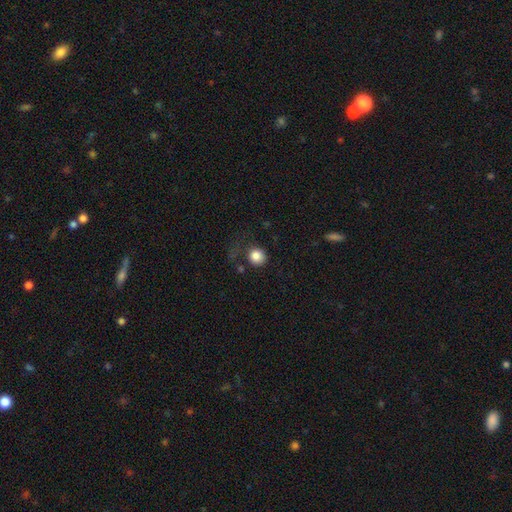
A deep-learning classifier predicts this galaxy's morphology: Smooth or featured? Predicted: smooth (p=0.84). How rounded? Predicted: round (p=0.91). Merging? Predicted: none (p=0.70).